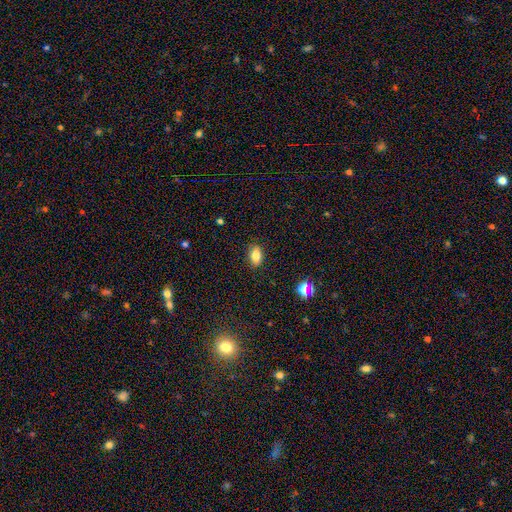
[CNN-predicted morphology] smooth 81%, star or artifact 11%, featured or disk 9%. Down the decision tree: how rounded — in between (87%); merging — none (86%).